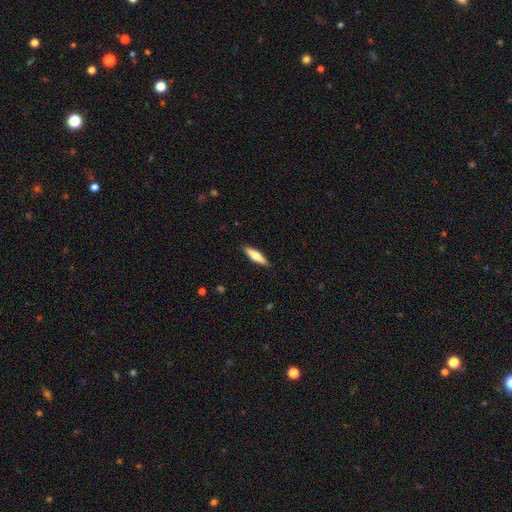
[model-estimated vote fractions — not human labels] smooth 68%, featured or disk 26%, star or artifact 5%. Down the decision tree: how rounded — cigar-shaped (71%); merging — none (89%).